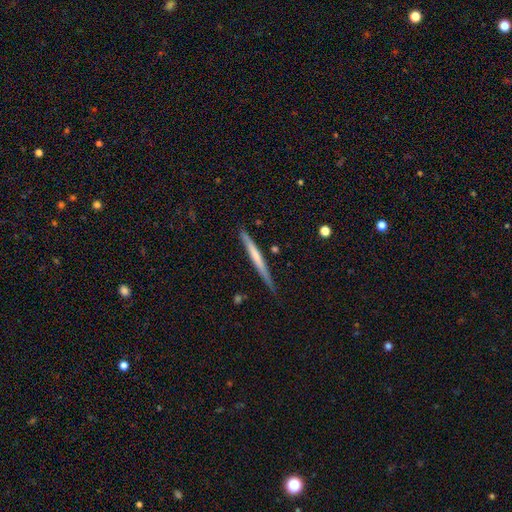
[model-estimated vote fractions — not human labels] smooth 49%, featured or disk 46%, star or artifact 5%. Down the decision tree: merging — none (82%).